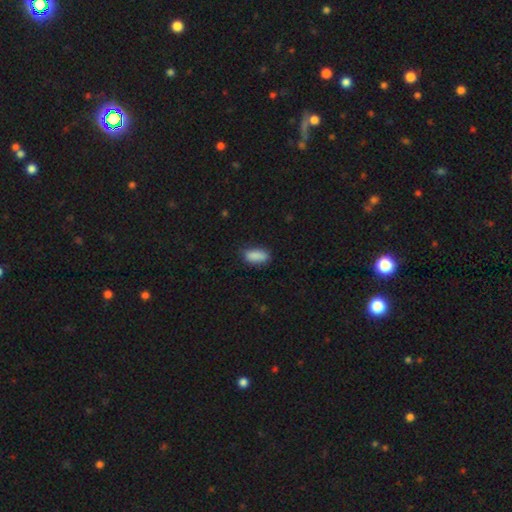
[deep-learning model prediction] Overall: smooth (88%). How rounded: in between (86%). Merging: none (74%).